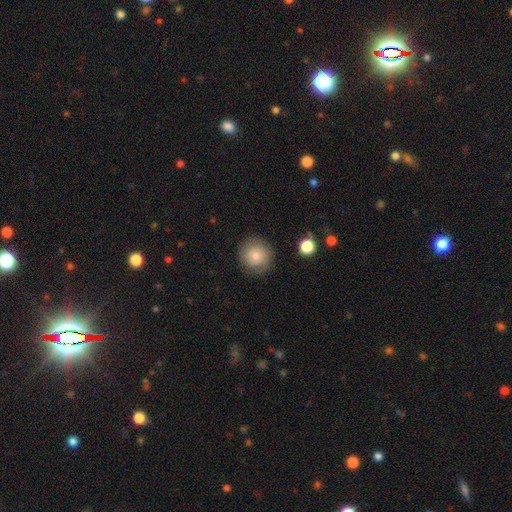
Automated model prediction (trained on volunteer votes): Smooth or featured: smooth — 79% (featured or disk — 12%)
How rounded: round — 93% (in between — 7%)
Merging: none — 84% (minor disturbance — 11%)